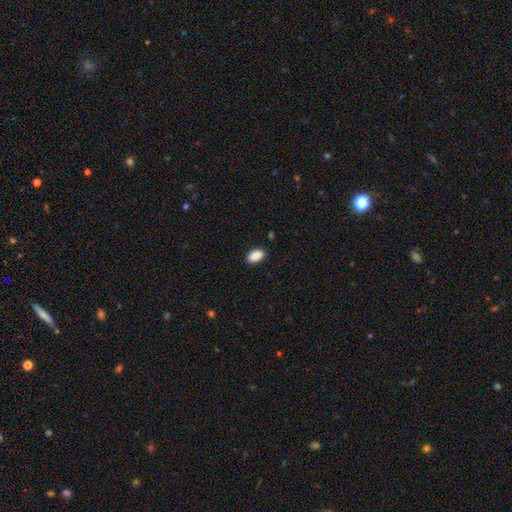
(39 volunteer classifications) Smooth or featured? 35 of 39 (90%) said smooth. How rounded? 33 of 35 (94%) said in between. Merging? 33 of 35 (94%) said none.